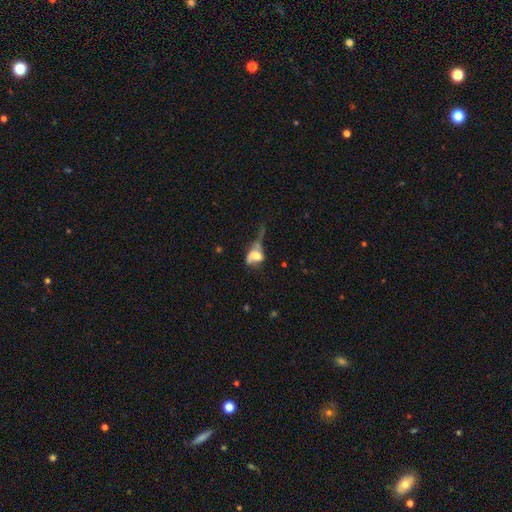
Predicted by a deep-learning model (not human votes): smooth-or-featured: featured or disk: 45% | smooth: 43% | star or artifact: 11%
  merging: major disturbance: 45% | merger: 22% | none: 18% | minor disturbance: 14%